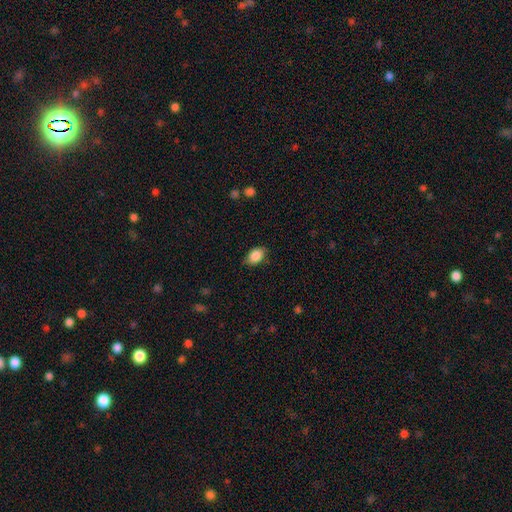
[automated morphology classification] The model was most divided on "merging": none: 79%, minor disturbance: 17%, major disturbance: 3%, merger: 1%. More confident: smooth or featured — smooth (87%); how rounded — in between (85%).